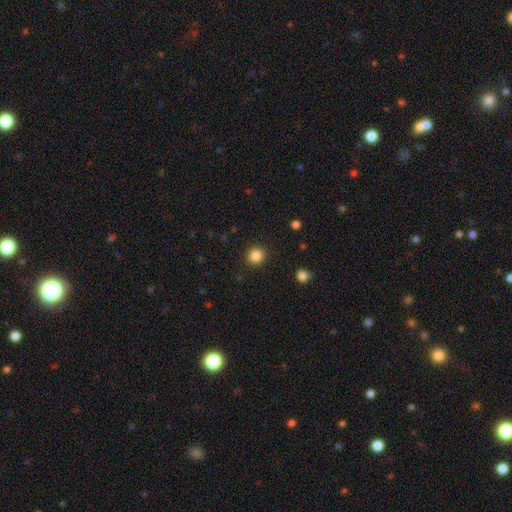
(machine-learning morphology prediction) smooth 85%, star or artifact 11%, featured or disk 4%. Down the decision tree: how rounded — round (90%); merging — none (91%).